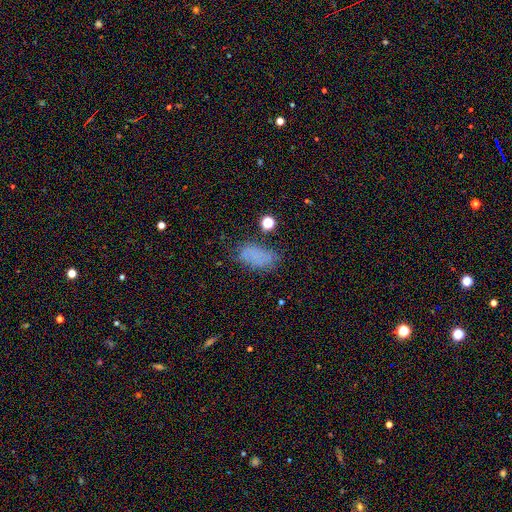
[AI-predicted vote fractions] Overall: smooth (69%). How rounded: in between (89%). Merging: none (56%; minor disturbance 24%).